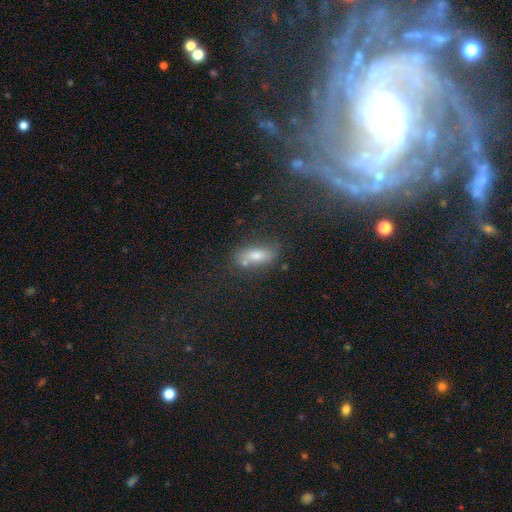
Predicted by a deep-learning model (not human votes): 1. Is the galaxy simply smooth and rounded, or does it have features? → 65% smooth, 19% featured or disk, 16% star or artifact.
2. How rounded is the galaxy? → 70% in between, 24% cigar-shaped, 6% round.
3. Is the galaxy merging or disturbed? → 64% none, 17% minor disturbance, 12% merger, 7% major disturbance.